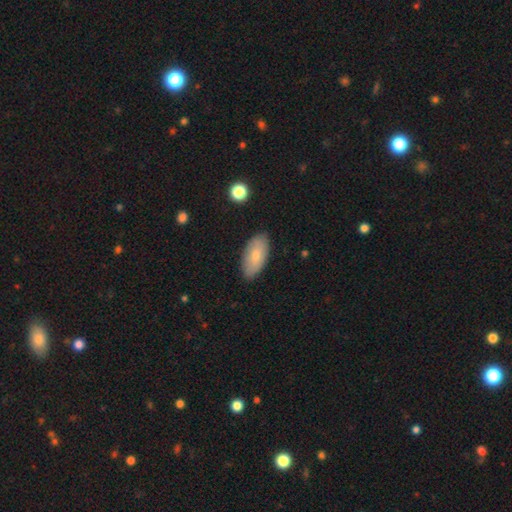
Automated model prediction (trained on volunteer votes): The model was most divided on "smooth or featured": smooth: 74%, featured or disk: 20%, star or artifact: 6%. More confident: how rounded — in between (94%); merging — none (83%).